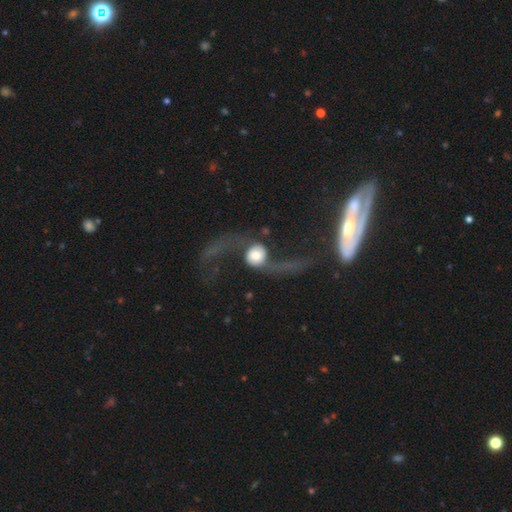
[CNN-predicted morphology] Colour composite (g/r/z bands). It shows a featured or disk galaxy (64%) with no bar (72%), spiral arms (83%) and a large central bulge (34%). Merging: major disturbance (42%).